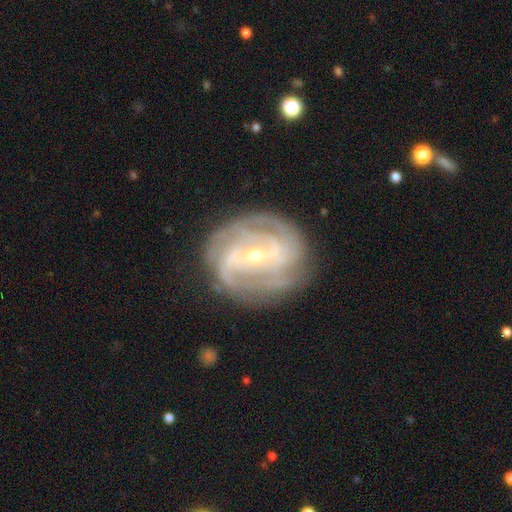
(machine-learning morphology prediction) A featured or disk galaxy (88%) with a weak bar (39%, tied with strong), 2 (30%) tight (60%) spiral arms (96%) and a small central bulge (61%).

Vote fractions:
- Smooth or featured? featured or disk: 88% / smooth: 6% / star or artifact: 6%
- Edge-on disk? no: 97% / yes: 3%
- Bar? weak: 39% (tied) / strong: 39% (tied) / no: 22%
- Spiral arms? yes: 96% / no: 4%
- Spiral winding? tight: 60% / medium: 33% / loose: 7%
- Spiral arm count? 2: 30% / 3: 27% / can't tell: 20% / 4: 13% / more than 4: 5% / 1: 5%
- Bulge size? small: 61% / moderate: 36% / large: 1% / none: 1% / dominant: 1%
- Merging? none: 78% / minor disturbance: 15% / major disturbance: 6% / merger: 1%